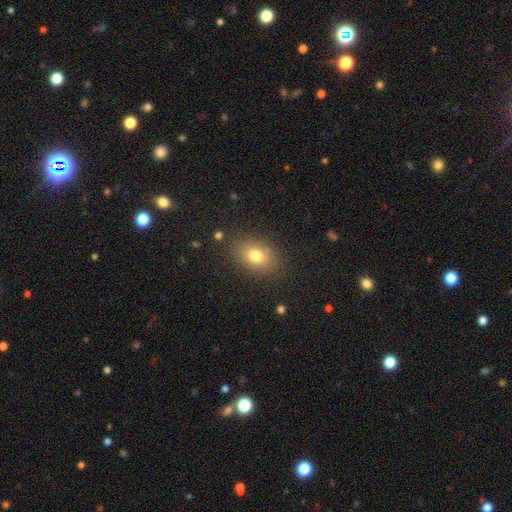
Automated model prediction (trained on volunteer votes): Smooth or featured? Predicted: smooth (p=0.77). How rounded? Predicted: in between (p=0.73). Merging? Predicted: none (p=0.83).